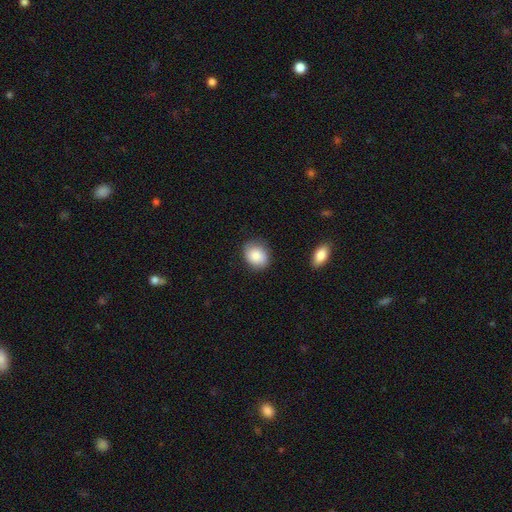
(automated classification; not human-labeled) Smooth or featured: smooth — 84% (featured or disk — 8%)
How rounded: round — 53% (in between — 46%)
Merging: none — 79% (minor disturbance — 16%)